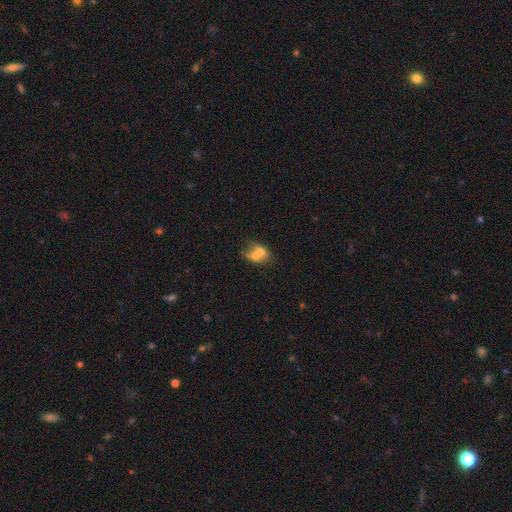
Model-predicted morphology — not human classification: smooth_or_featured: smooth (p=0.60) [alt: featured or disk p=0.29]
how_rounded: in between (p=0.59) [alt: round p=0.38]
merging: merger (p=0.64) [alt: none p=0.22]